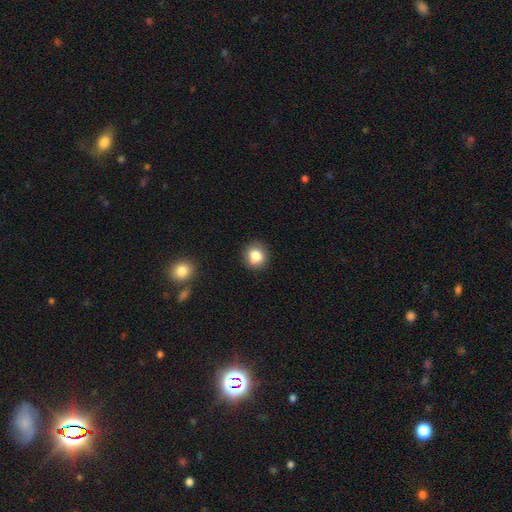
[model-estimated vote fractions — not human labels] Smooth or featured? Predicted: smooth (p=0.81). How rounded? Predicted: round (p=0.76). Merging? Predicted: none (p=0.77).